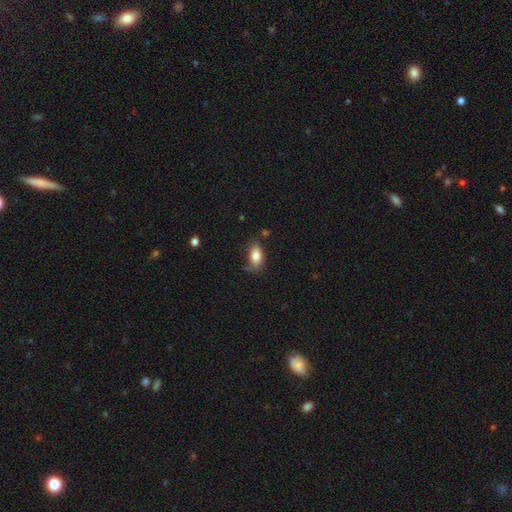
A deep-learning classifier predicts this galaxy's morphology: smooth 83%, featured or disk 9%, star or artifact 8%. Down the decision tree: how rounded — in between (90%); merging — none (68%).